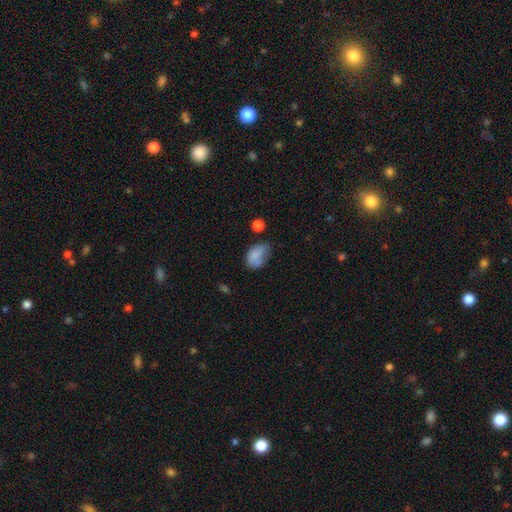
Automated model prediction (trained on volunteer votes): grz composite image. It shows a smooth galaxy with no disk features (78%) that is in between round and cigar-shaped (83%). Merging: none (45%).